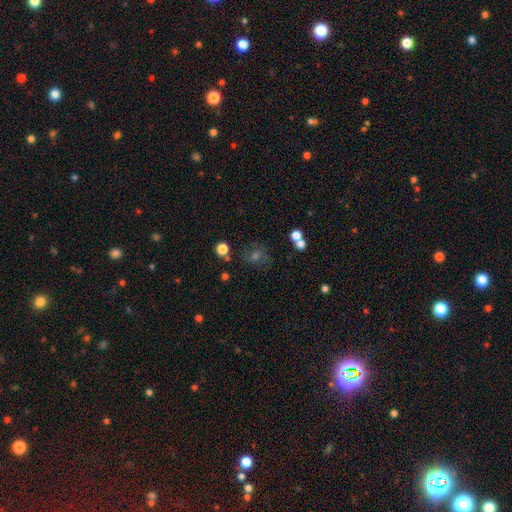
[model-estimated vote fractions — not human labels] Q: Smooth or featured?
A: smooth (37%); runner-up: star or artifact (34%)
Q: Merging?
A: none (73%); runner-up: minor disturbance (14%)